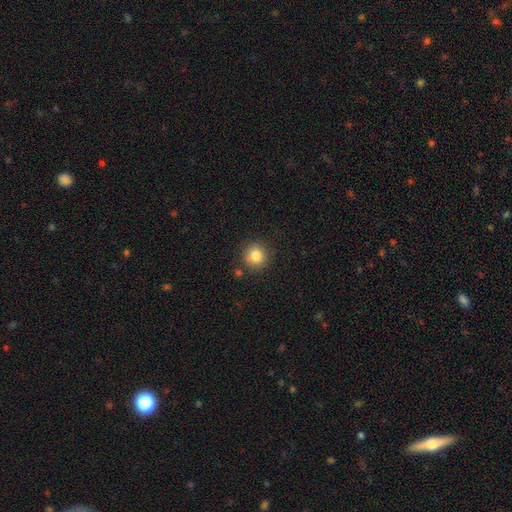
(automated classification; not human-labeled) Smooth or featured: smooth — 83% (star or artifact — 10%)
How rounded: round — 91% (in between — 8%)
Merging: none — 84% (minor disturbance — 9%)